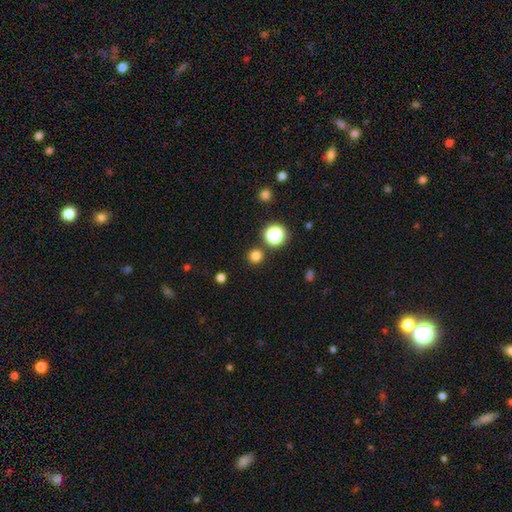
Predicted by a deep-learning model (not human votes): Q: Smooth or featured?
A: smooth (78%); runner-up: star or artifact (18%)
Q: How rounded?
A: round (95%); runner-up: in between (4%)
Q: Merging?
A: none (88%); runner-up: minor disturbance (5%)